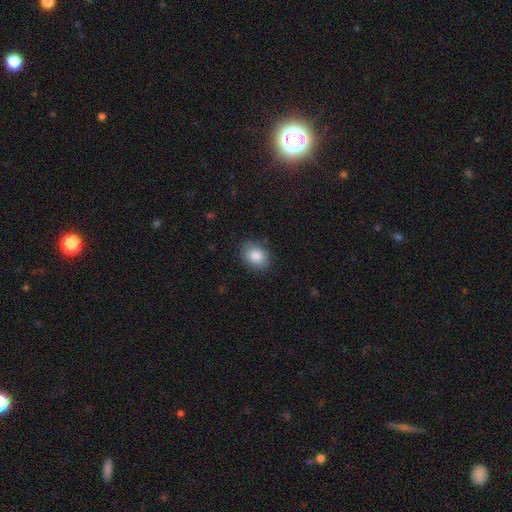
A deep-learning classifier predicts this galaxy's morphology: type=smooth (87%); roundness=in between (64%); merging=none (84%).